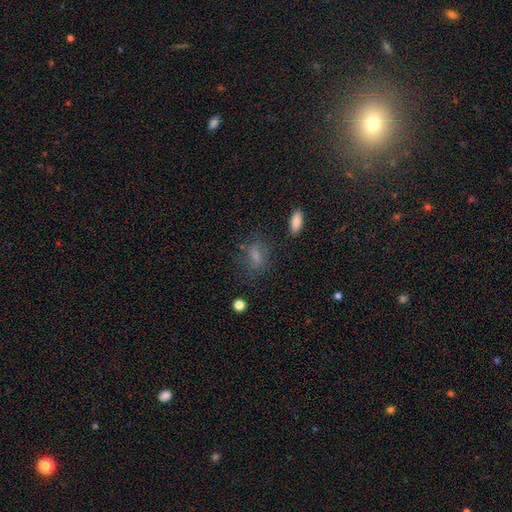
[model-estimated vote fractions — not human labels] Overall: smooth (65%). How rounded: in between (69%). Merging: none (70%).